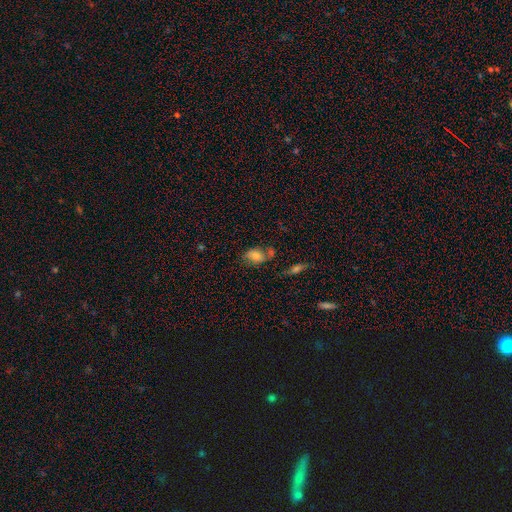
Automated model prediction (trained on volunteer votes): Morphology: type=smooth (68%); roundness=in between (80%); merging=none (53%).